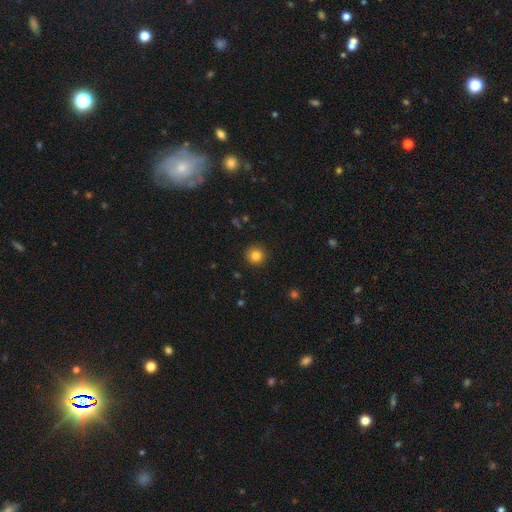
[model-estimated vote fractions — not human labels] Smooth or featured: smooth — 84% (star or artifact — 11%)
How rounded: round — 95% (in between — 4%)
Merging: none — 92% (minor disturbance — 5%)